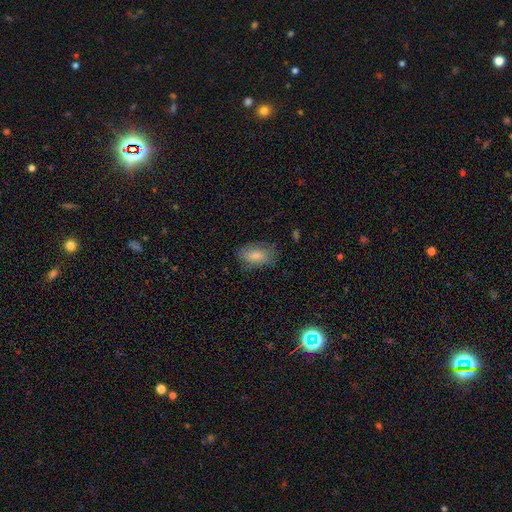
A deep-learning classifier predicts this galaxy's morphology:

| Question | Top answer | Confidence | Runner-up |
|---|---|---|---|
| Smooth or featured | smooth | 74% | featured or disk (19%) |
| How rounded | in between | 91% | round (7%) |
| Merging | none | 70% | minor disturbance (22%) |